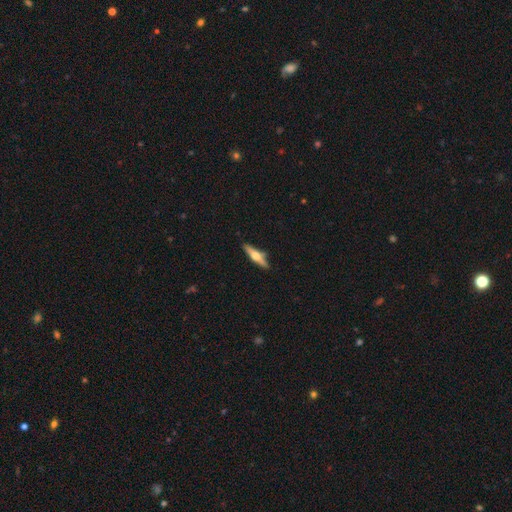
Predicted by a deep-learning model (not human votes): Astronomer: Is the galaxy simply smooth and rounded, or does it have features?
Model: featured or disk — 61%.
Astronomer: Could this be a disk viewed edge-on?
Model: yes — 96%.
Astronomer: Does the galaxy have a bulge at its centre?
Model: rounded — 93%.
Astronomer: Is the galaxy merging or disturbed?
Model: none — 85%.